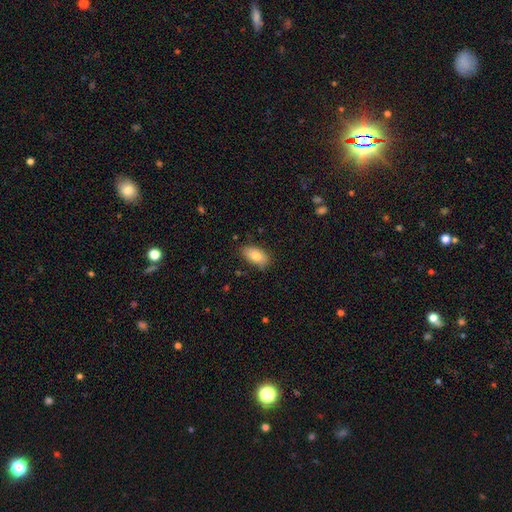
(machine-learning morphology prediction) Smooth or featured? smooth (81%)
How rounded? in between (92%)
Merging? none (81%)